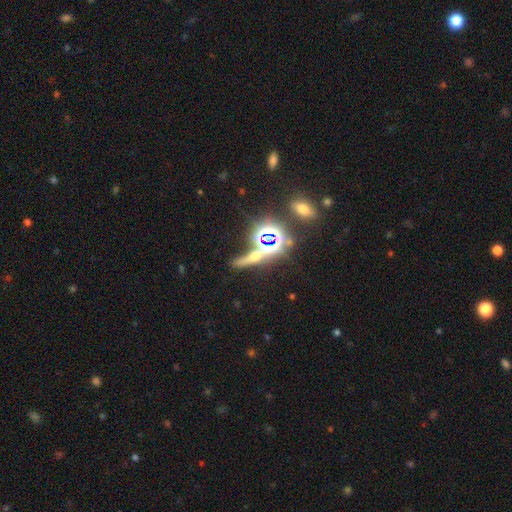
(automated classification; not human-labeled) A star or artifact, not a galaxy (47%).

Vote fractions:
- Smooth or featured? star or artifact: 47% / smooth: 29% / featured or disk: 23%